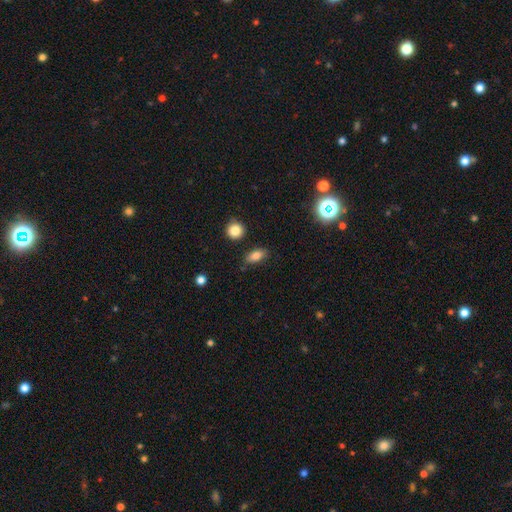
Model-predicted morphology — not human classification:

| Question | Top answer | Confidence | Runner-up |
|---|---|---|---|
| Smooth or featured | smooth | 83% | star or artifact (10%) |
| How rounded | in between | 84% | round (10%) |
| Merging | none | 81% | minor disturbance (13%) |